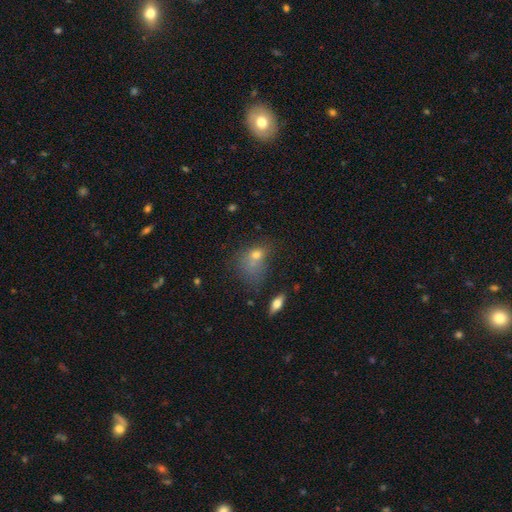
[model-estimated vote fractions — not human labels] A smooth galaxy with no disk features (63%) that is in between round and cigar-shaped (63%).

Vote fractions:
- Smooth or featured? smooth: 63% / featured or disk: 19% / star or artifact: 17%
- How rounded? in between: 63% / round: 35% / cigar-shaped: 3%
- Merging? major disturbance: 32% / none: 30% / minor disturbance: 24% / merger: 13%